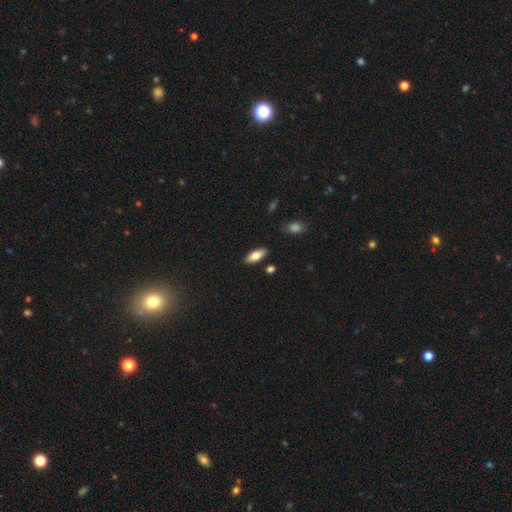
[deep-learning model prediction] Overall: smooth (75%). How rounded: in between (81%). Merging: none (86%).